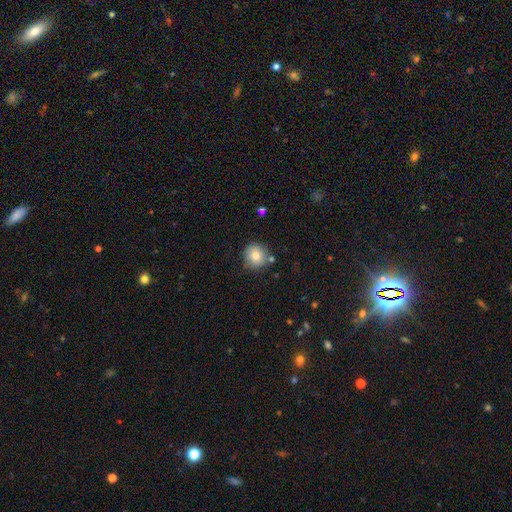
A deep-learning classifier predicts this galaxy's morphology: smooth_or_featured: smooth (p=0.81) [alt: featured or disk p=0.10]
how_rounded: round (p=0.92) [alt: in between p=0.07]
merging: none (p=0.79) [alt: minor disturbance p=0.12]